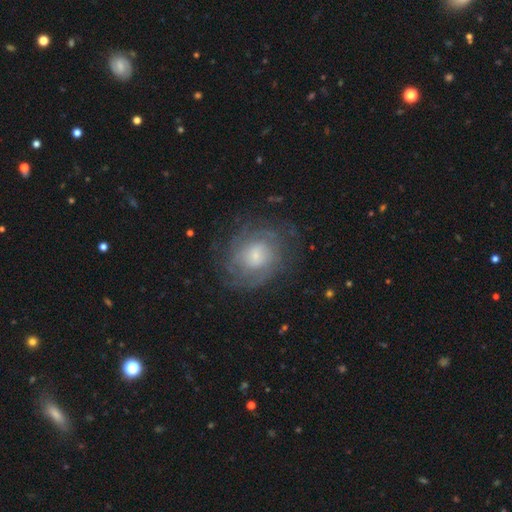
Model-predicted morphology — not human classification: This is likely a featured or disk galaxy (68%). It is clearly not viewed edge-on (97%). Bar: likely no (64%). Spiral arm pattern: clearly yes (83%). Spiral arm count: possibly can't tell (54%). Spiral winding: possibly tight (58%). Central bulge: possibly small (57%). Merging: likely none (71%).